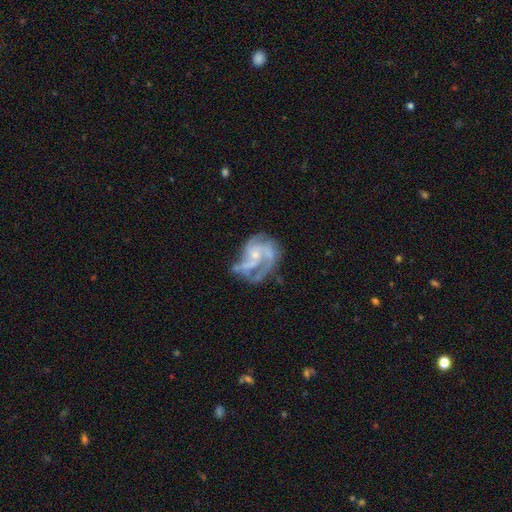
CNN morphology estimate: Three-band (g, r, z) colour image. It shows a featured or disk galaxy (88%) with no bar (67%), 3 (56%) medium (53%) spiral arms (96%) and a small central bulge (72%). Merging: none (49%).